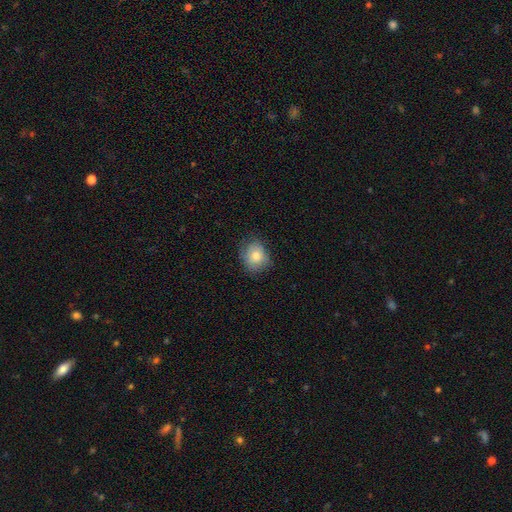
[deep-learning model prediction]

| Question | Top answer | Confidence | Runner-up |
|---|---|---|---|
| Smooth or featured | smooth | 80% | featured or disk (12%) |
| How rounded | round | 60% | in between (39%) |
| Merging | none | 74% | minor disturbance (20%) |